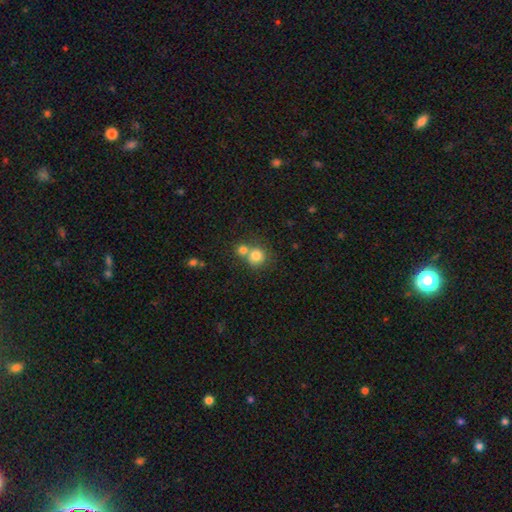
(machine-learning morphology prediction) Smooth or featured: smooth — 80% (star or artifact — 11%)
How rounded: round — 89% (in between — 10%)
Merging: none — 49% (merger — 40%)